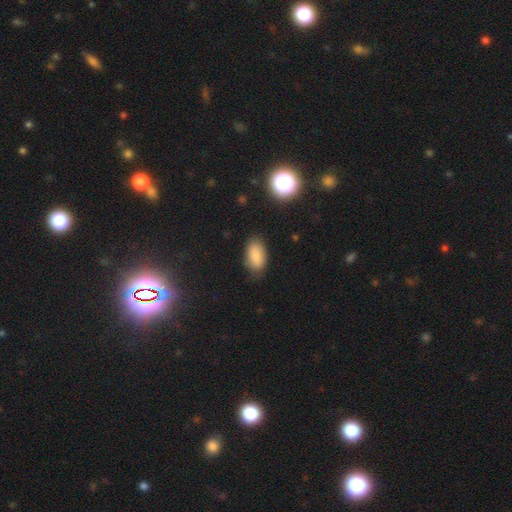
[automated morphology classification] type=smooth (83%); roundness=in between (93%); merging=none (78%).